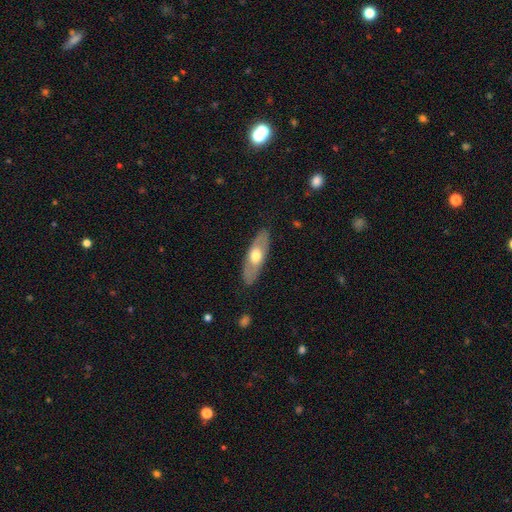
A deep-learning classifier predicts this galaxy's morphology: A smooth galaxy with no disk features (52%) that is in between round and cigar-shaped (62%). Merging: none (86%).